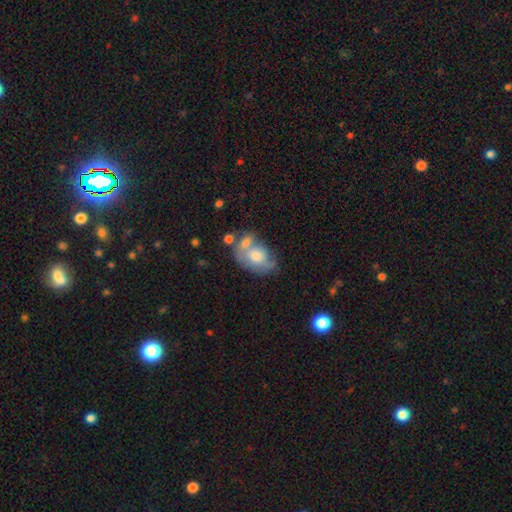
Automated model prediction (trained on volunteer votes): The model was most divided on "merging": merger: 33%, none: 31%, minor disturbance: 22%, major disturbance: 14%. More confident: how rounded — in between (79%); smooth or featured — smooth (50%).